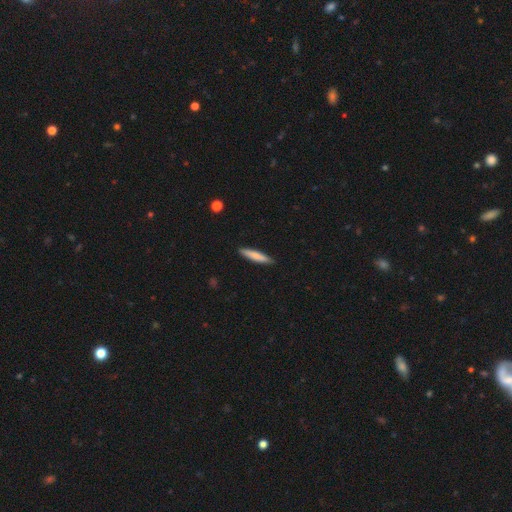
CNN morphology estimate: This is likely a smooth galaxy (77%). How rounded: clearly cigar-shaped (90%). Merging: clearly none (89%).